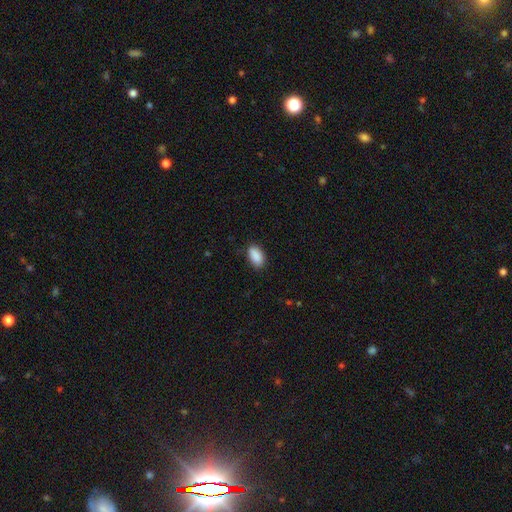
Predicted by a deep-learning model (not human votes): Smooth or featured? smooth (90%)
How rounded? in between (93%)
Merging? none (85%)